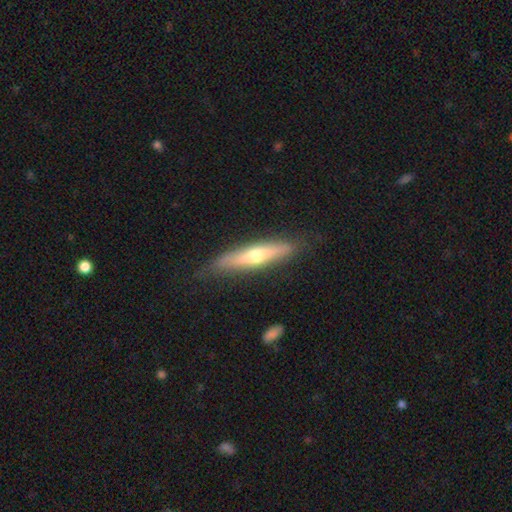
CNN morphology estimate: This appears to be a featured or disk galaxy (52%) viewed edge-on (86%). Merging: none (82%).